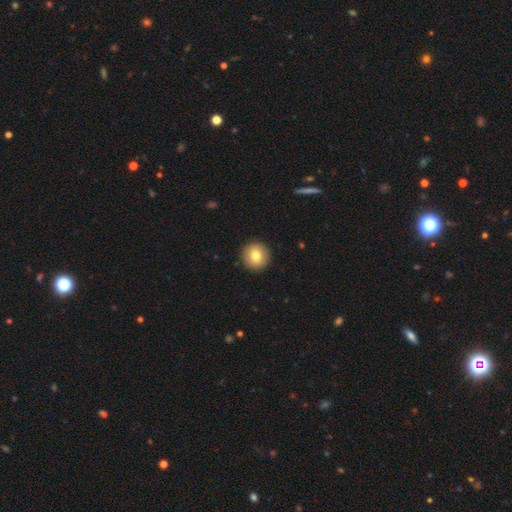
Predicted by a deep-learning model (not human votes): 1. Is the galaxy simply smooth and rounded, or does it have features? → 79% smooth, 13% featured or disk, 8% star or artifact.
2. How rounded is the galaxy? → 94% round, 5% in between, 1% cigar-shaped.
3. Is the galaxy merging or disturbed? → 93% none, 5% minor disturbance, 2% major disturbance, 1% merger.